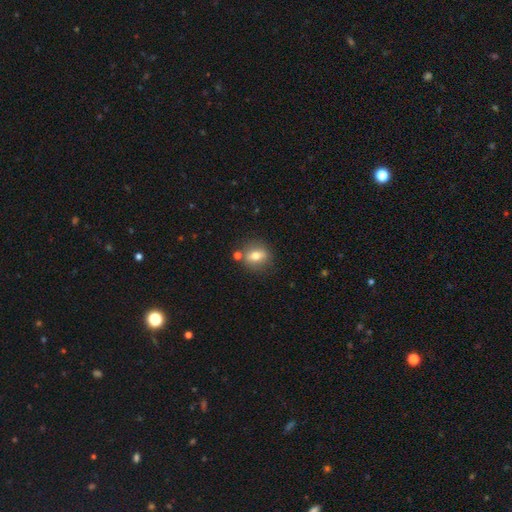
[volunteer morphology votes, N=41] Smooth or featured? smooth (59%)
How rounded? round (67%)
Merging? none (81%)